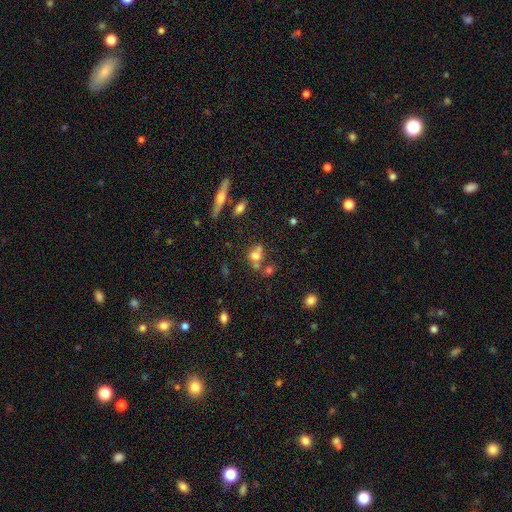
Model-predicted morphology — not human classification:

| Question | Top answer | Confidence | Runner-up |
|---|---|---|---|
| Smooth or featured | smooth | 68% | featured or disk (17%) |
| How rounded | round | 65% | in between (33%) |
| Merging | none | 42% | merger (41%) |